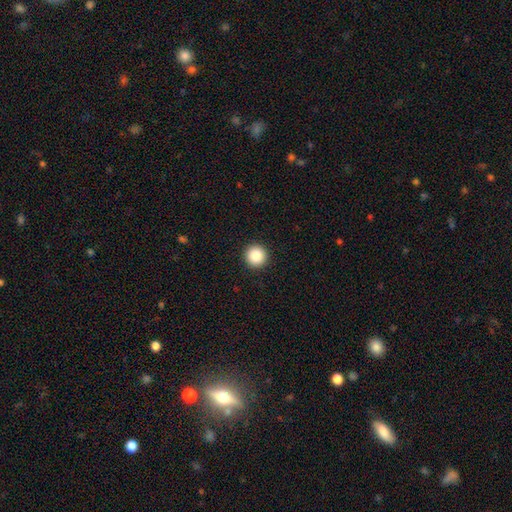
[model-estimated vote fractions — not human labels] A smooth galaxy with no disk features (86%) that is round (96%). Merging: none (93%).